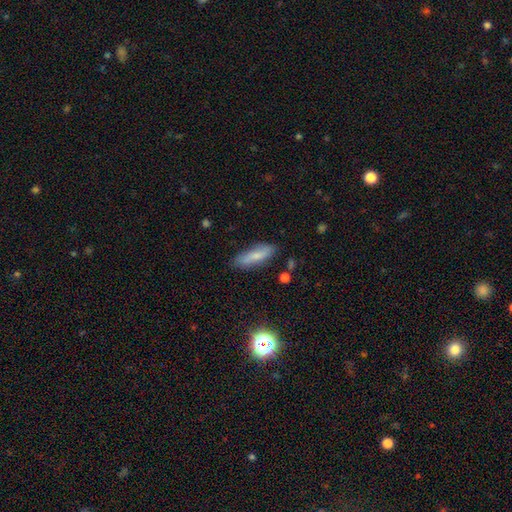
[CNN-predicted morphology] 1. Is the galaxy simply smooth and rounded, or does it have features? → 69% smooth, 23% featured or disk, 8% star or artifact.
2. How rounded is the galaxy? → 51% cigar-shaped, 47% in between, 3% round.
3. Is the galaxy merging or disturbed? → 80% none, 15% minor disturbance, 3% major disturbance, 2% merger.